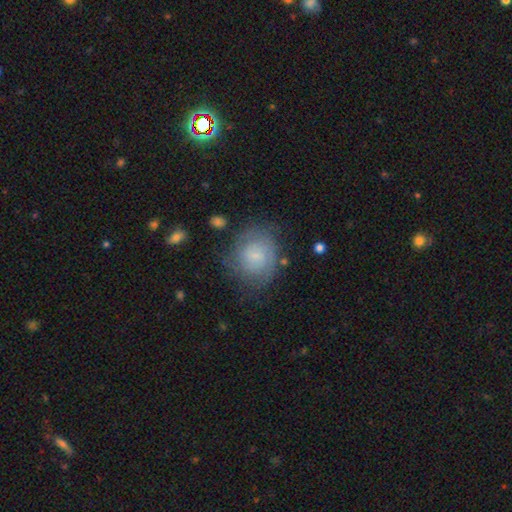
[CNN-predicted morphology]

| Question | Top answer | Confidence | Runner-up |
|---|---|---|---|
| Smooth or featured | featured or disk | 48% | smooth (44%) |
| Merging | none | 65% | minor disturbance (21%) |